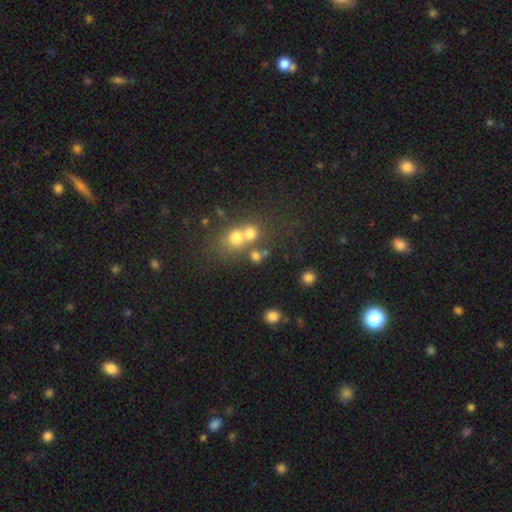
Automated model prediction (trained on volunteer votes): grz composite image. It shows a smooth galaxy with no disk features (68%) that is round (73%). Merging: merger (47%).